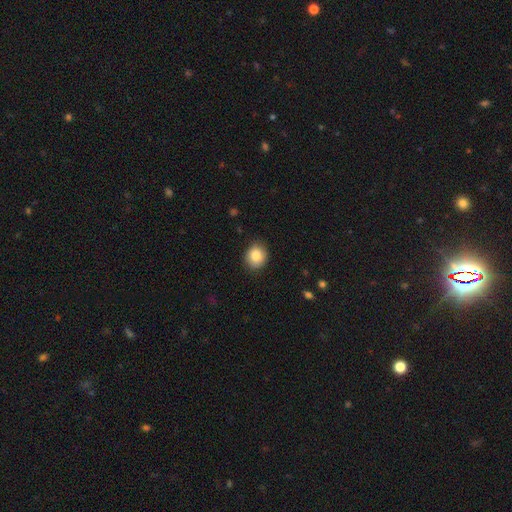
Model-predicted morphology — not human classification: smooth_or_featured: smooth (p=0.84) [alt: star or artifact p=0.08]
how_rounded: round (p=0.71) [alt: in between p=0.28]
merging: none (p=0.86) [alt: minor disturbance p=0.11]